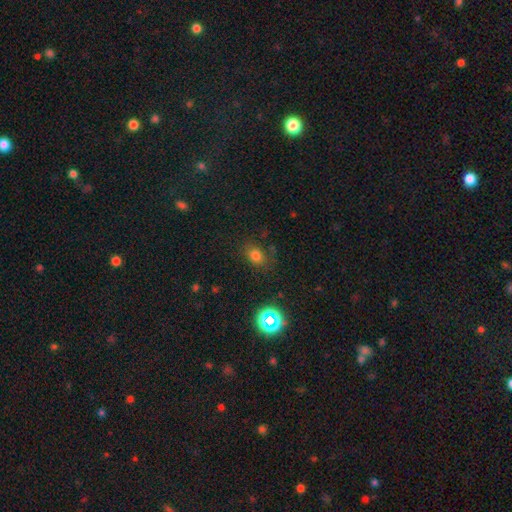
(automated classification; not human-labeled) Smooth or featured?
  - smooth: 70% *
  - star or artifact: 21%
  - featured or disk: 8%
How rounded?
  - in between: 61% *
  - round: 38%
  - cigar-shaped: 1%
Merging?
  - none: 76% *
  - minor disturbance: 15%
  - major disturbance: 6%
  - merger: 2%